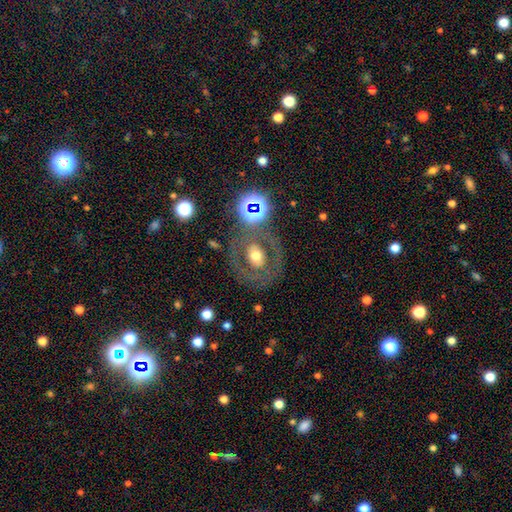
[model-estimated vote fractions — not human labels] smooth-or-featured: featured or disk: 51% | smooth: 35% | star or artifact: 14%
  disk-edge-on: no: 94% | yes: 6%
  merging: none: 71% | minor disturbance: 12% | major disturbance: 11% | merger: 5%